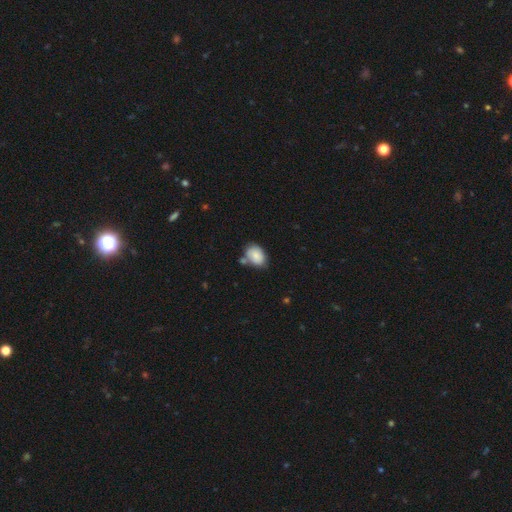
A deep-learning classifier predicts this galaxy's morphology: Smooth or featured: smooth — 85% (featured or disk — 8%)
How rounded: in between — 84% (round — 15%)
Merging: none — 58% (minor disturbance — 22%)